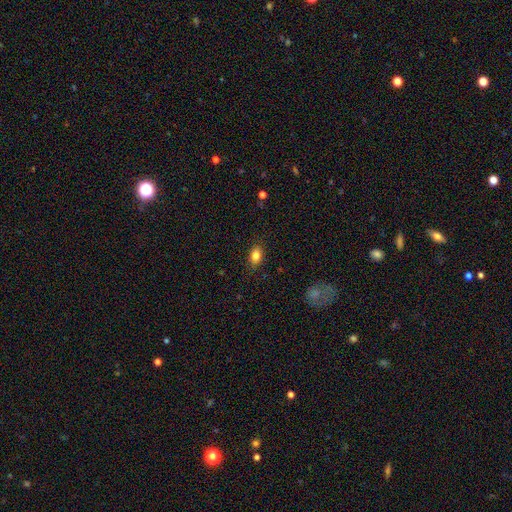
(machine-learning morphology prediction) Smooth or featured?
  - smooth: 83% *
  - star or artifact: 9%
  - featured or disk: 7%
How rounded?
  - in between: 81% *
  - round: 16%
  - cigar-shaped: 2%
Merging?
  - none: 85% *
  - minor disturbance: 11%
  - major disturbance: 3%
  - merger: 1%